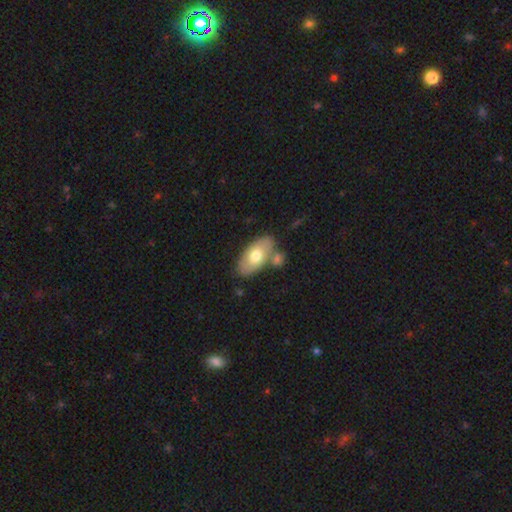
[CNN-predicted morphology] smooth_or_featured: smooth (p=0.65) [alt: featured or disk p=0.29]
how_rounded: in between (p=0.92) [alt: cigar-shaped p=0.05]
merging: none (p=0.65) [alt: merger p=0.19]